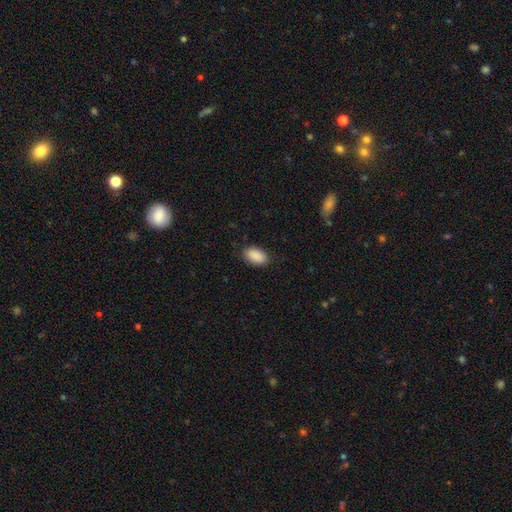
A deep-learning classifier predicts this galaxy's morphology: The model was most divided on "merging": none: 84%, minor disturbance: 12%, major disturbance: 3%, merger: 1%. More confident: how rounded — in between (94%); smooth or featured — smooth (91%).